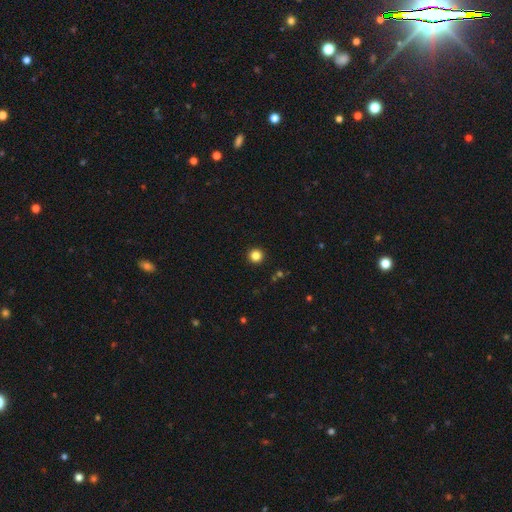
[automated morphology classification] Smooth or featured? Predicted: smooth (p=0.84). How rounded? Predicted: round (p=0.96). Merging? Predicted: none (p=0.93).